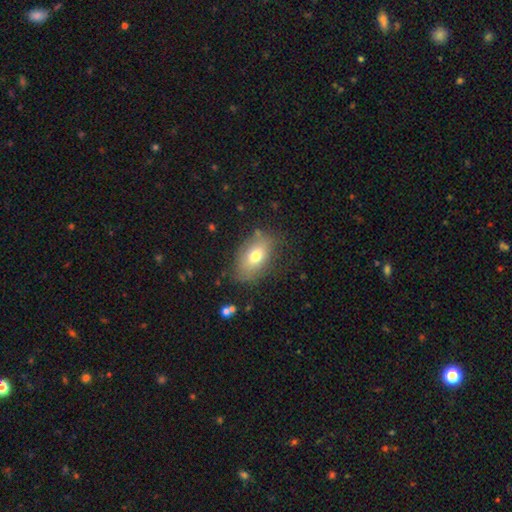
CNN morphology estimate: smooth 71%, featured or disk 20%, star or artifact 10%. Down the decision tree: how rounded — in between (86%); merging — none (75%).